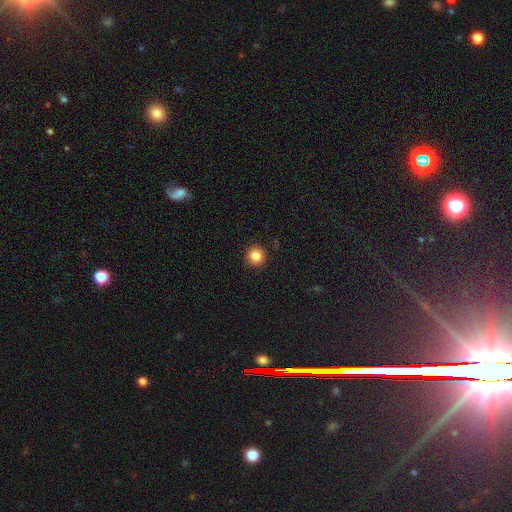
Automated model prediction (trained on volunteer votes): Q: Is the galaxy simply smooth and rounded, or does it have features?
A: smooth — 86%.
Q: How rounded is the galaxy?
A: round — 94%.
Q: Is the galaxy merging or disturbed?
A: none — 92%.